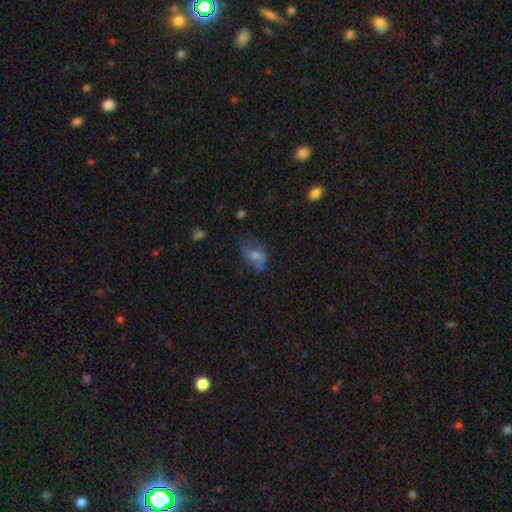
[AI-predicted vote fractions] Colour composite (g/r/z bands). It shows a smooth galaxy with no disk features (54%) that is in between round and cigar-shaped (83%). Merging: none (53%).